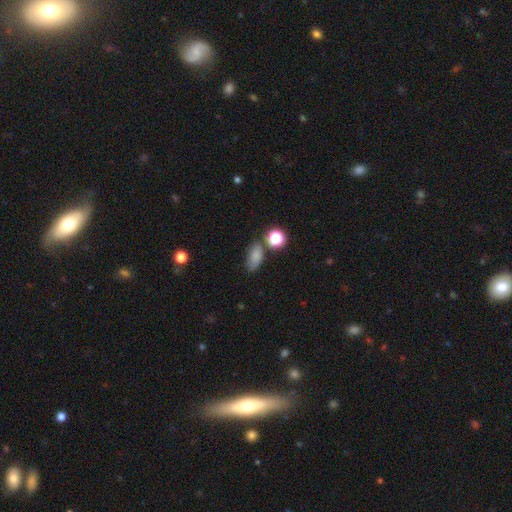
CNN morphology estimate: This appears to be a smooth galaxy with no disk features (81%) that is in between round and cigar-shaped (81%). Merging: none (66%).